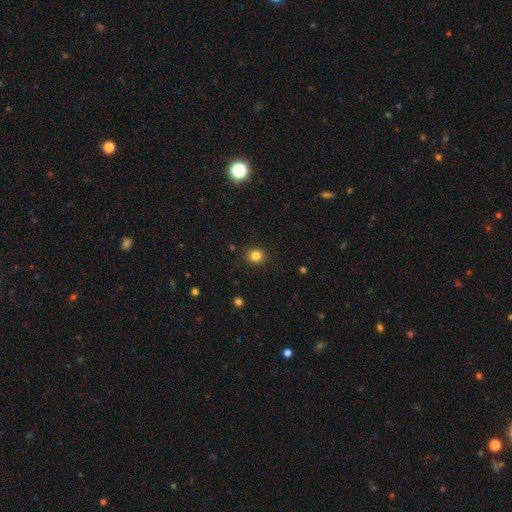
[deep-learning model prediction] Smooth or featured: smooth — 83% (star or artifact — 12%)
How rounded: round — 88% (in between — 11%)
Merging: none — 90% (minor disturbance — 6%)